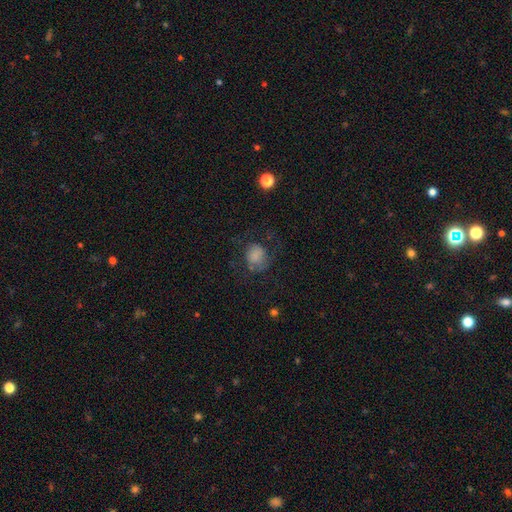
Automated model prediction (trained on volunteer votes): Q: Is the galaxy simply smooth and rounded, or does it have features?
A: smooth — 67%.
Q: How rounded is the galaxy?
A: round — 73%.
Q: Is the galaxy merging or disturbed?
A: none — 53%.